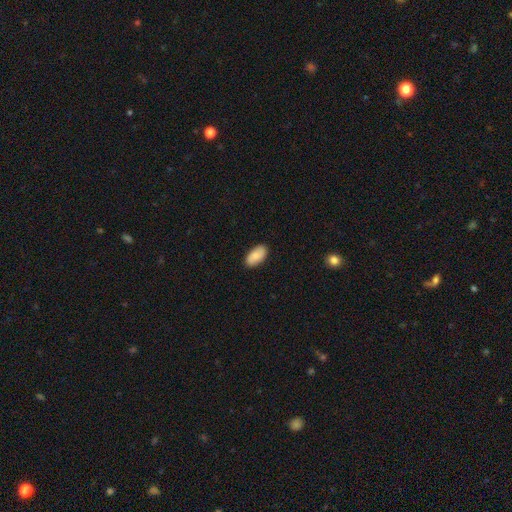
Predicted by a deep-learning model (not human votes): A smooth galaxy with no disk features (84%) that is in between round and cigar-shaped (95%).

Vote fractions:
- Smooth or featured? smooth: 84% / featured or disk: 10% / star or artifact: 6%
- How rounded? in between: 95% / cigar-shaped: 3% / round: 3%
- Merging? none: 88% / minor disturbance: 10% / major disturbance: 2% / merger: 1%